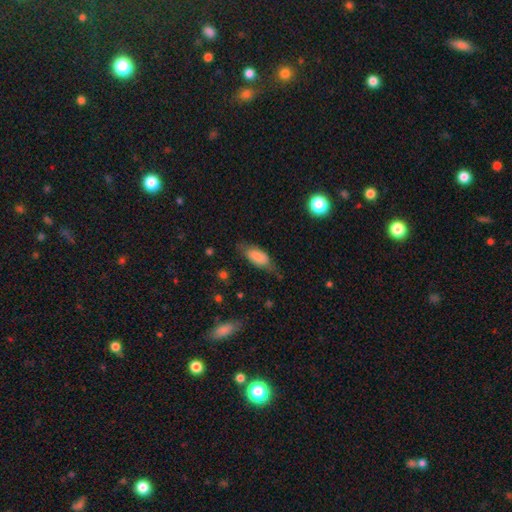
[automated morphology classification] smooth_or_featured: smooth (p=0.75) [alt: featured or disk p=0.18]
how_rounded: in between (p=0.85) [alt: cigar-shaped p=0.12]
merging: none (p=0.53) [alt: minor disturbance p=0.32]